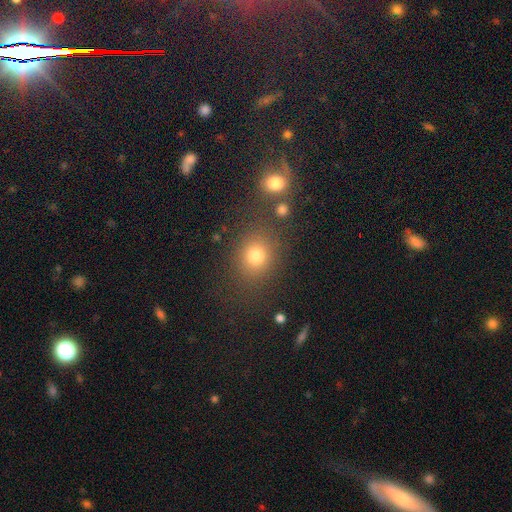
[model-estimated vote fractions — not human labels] A smooth galaxy with no disk features (76%) that is round (69%).

Vote fractions:
- Smooth or featured? smooth: 76% / star or artifact: 16% / featured or disk: 8%
- How rounded? round: 69% / in between: 30% / cigar-shaped: 1%
- Merging? none: 76% / minor disturbance: 11% / merger: 8% / major disturbance: 6%